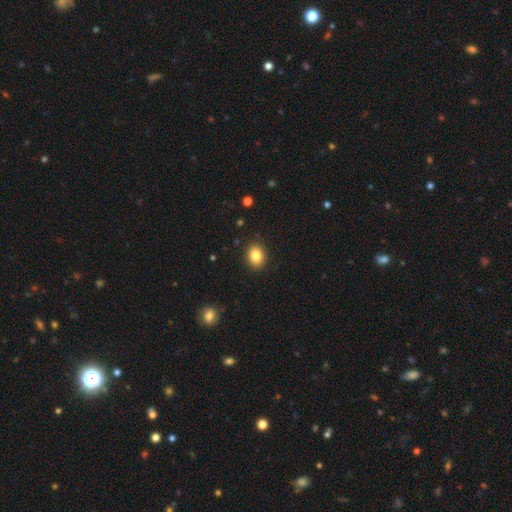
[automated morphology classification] Overall: smooth (84%). How rounded: in between (50%; round 49%). Merging: none (90%).